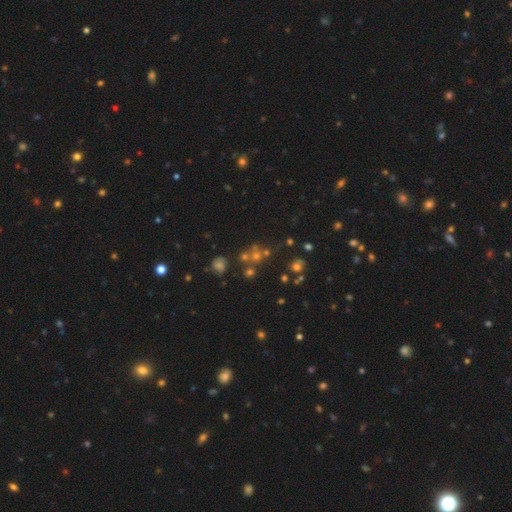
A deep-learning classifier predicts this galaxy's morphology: A star or artifact, not a galaxy (46%).